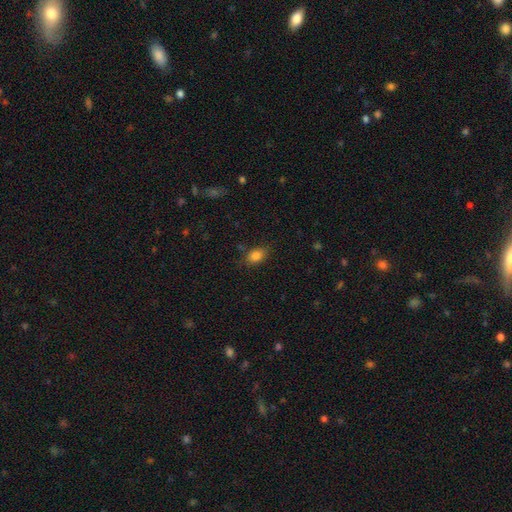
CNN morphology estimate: Smooth or featured?
  - smooth: 84% *
  - star or artifact: 10%
  - featured or disk: 6%
How rounded?
  - in between: 80% *
  - round: 17%
  - cigar-shaped: 2%
Merging?
  - none: 77% *
  - minor disturbance: 17%
  - major disturbance: 4%
  - merger: 2%